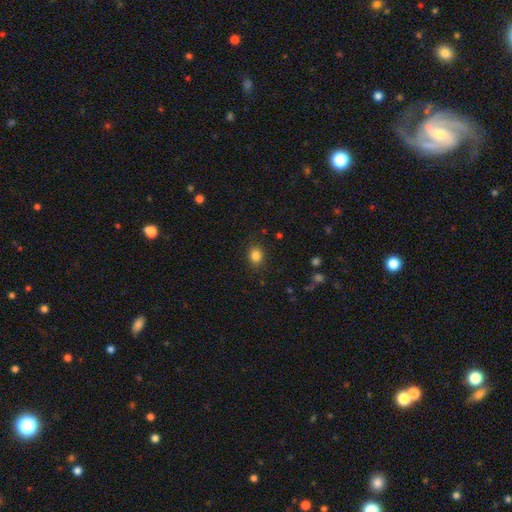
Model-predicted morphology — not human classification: Q: Smooth or featured?
A: smooth (84%); runner-up: star or artifact (11%)
Q: How rounded?
A: round (61%); runner-up: in between (38%)
Q: Merging?
A: none (87%); runner-up: minor disturbance (9%)